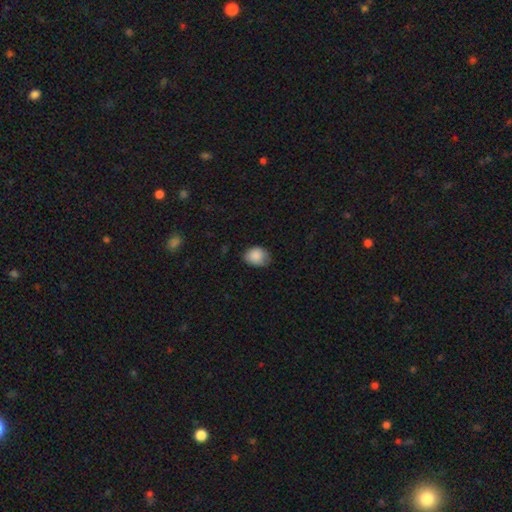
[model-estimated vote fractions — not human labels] A smooth galaxy with no disk features (87%) that is in between round and cigar-shaped (54%). Merging: none (65%).